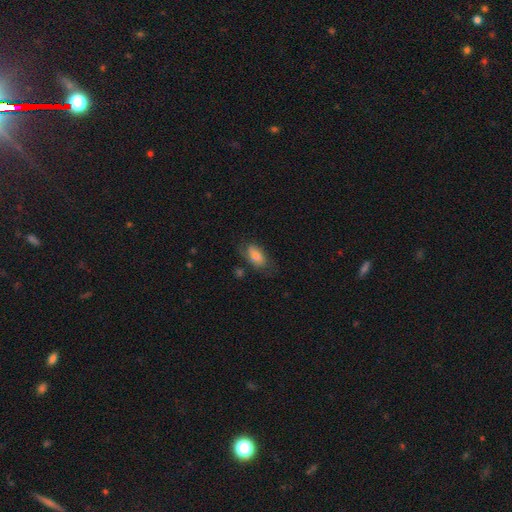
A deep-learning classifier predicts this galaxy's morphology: smooth_or_featured: smooth (p=0.71) [alt: featured or disk p=0.21]
how_rounded: in between (p=0.89) [alt: cigar-shaped p=0.07]
merging: none (p=0.60) [alt: minor disturbance p=0.25]